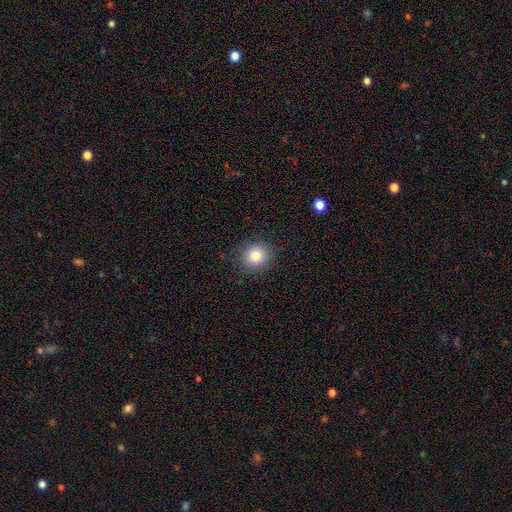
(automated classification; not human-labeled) Smooth or featured? Predicted: smooth (p=0.82). How rounded? Predicted: round (p=0.85). Merging? Predicted: none (p=0.87).